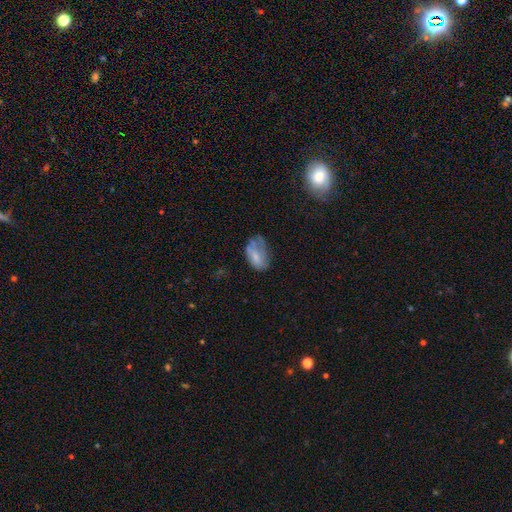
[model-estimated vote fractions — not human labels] Morphology: type=smooth (65%); roundness=in between (91%); merging=minor disturbance (36%).